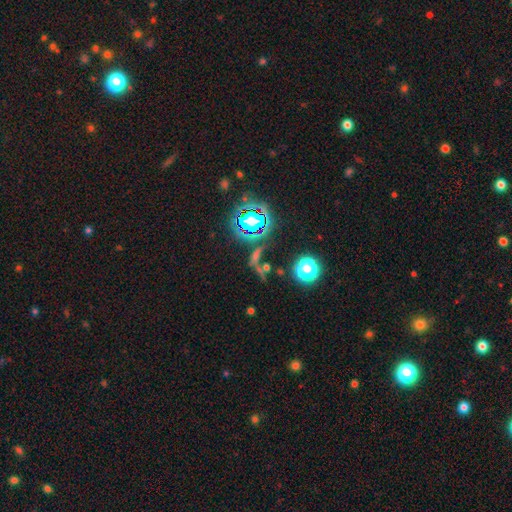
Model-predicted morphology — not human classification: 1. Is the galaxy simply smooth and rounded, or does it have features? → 68% star or artifact, 18% smooth, 14% featured or disk.